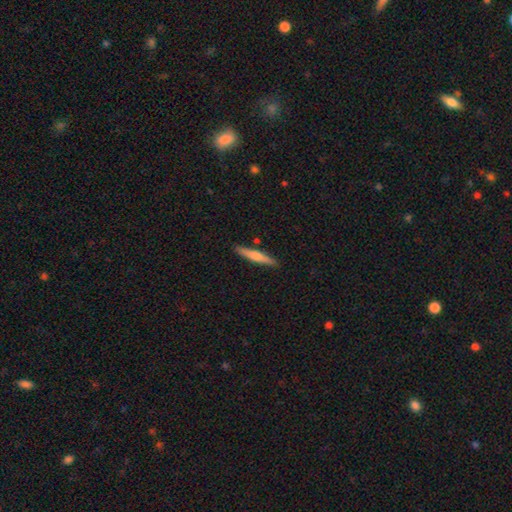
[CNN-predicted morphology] smooth_or_featured: smooth (p=0.51) [alt: featured or disk p=0.43]
how_rounded: cigar-shaped (p=0.92) [alt: in between p=0.06]
merging: none (p=0.88) [alt: minor disturbance p=0.08]